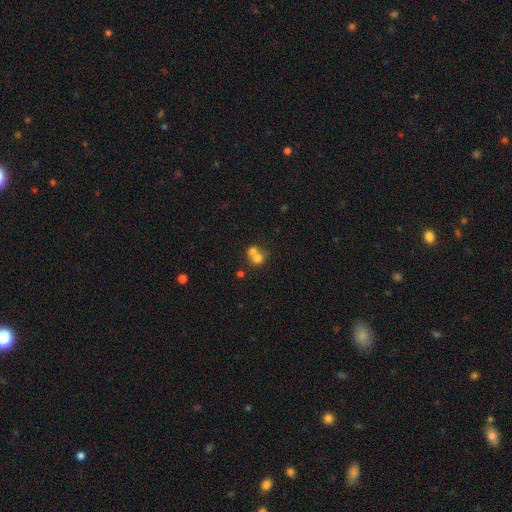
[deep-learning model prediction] smooth-or-featured: smooth: 69% | featured or disk: 19% | star or artifact: 12%
  how-rounded: round: 79% | in between: 20% | cigar-shaped: 1%
  merging: merger: 64% | none: 28% | minor disturbance: 5% | major disturbance: 3%